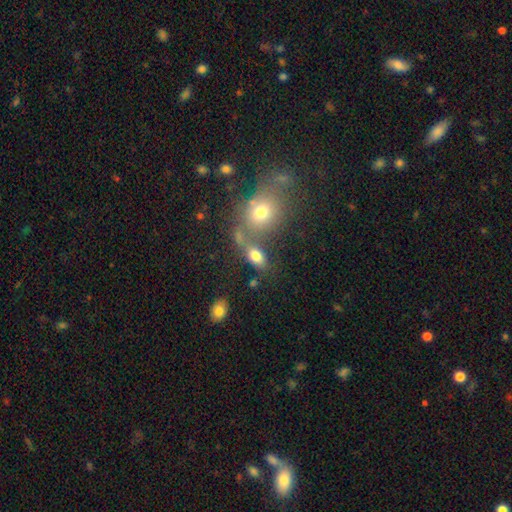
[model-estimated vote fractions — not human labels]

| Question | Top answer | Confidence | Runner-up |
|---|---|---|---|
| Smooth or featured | smooth | 76% | star or artifact (13%) |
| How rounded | in between | 83% | round (13%) |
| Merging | none | 50% | merger (29%) |